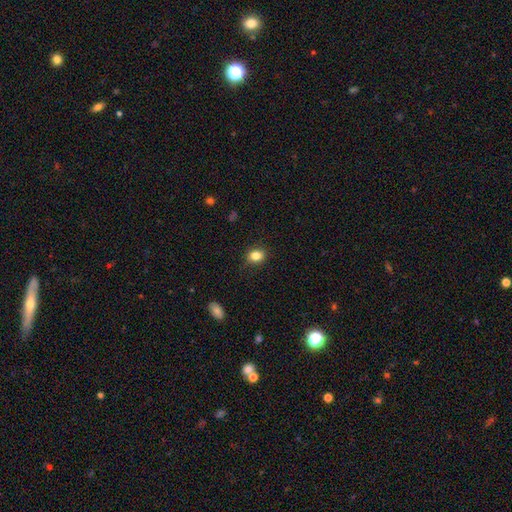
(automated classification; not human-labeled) Overall: smooth (84%). How rounded: round (55%; in between 44%). Merging: none (88%).